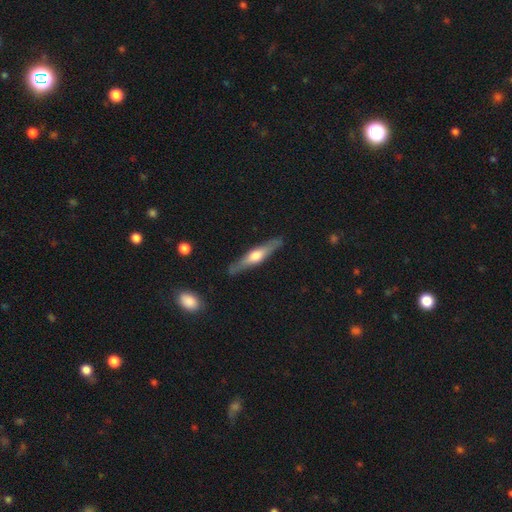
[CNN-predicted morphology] Smooth or featured? featured or disk (65%)
Edge-on disk? yes (95%)
Edge-on bulge? rounded (91%)
Merging? none (87%)